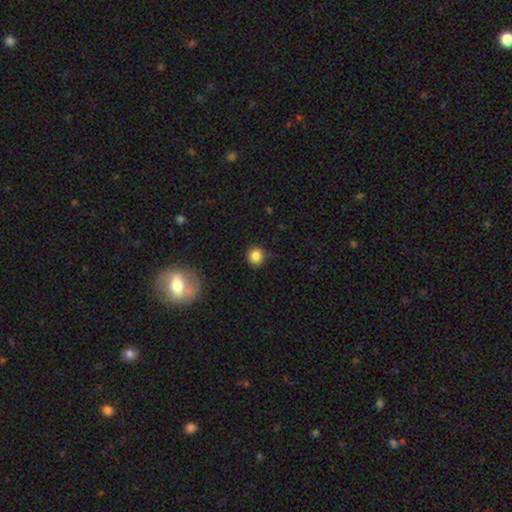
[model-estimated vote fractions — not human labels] Smooth or featured? smooth (84%)
How rounded? round (92%)
Merging? none (83%)